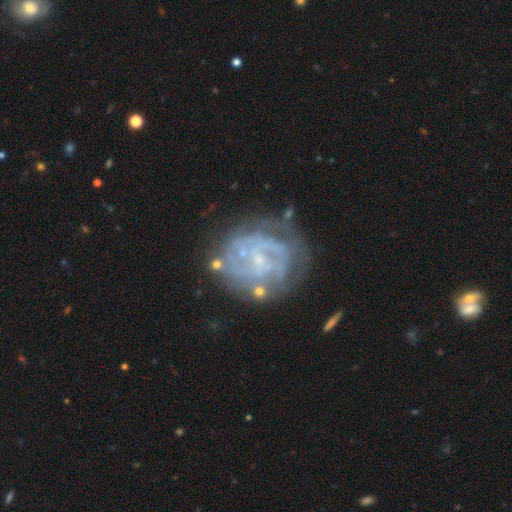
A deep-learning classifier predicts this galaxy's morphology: This is likely a featured or disk galaxy (75%). It is clearly not viewed edge-on (98%). Bar: possibly no (51%). Spiral arm pattern: likely yes (67%). Central bulge: likely small (64%). Merging: likely none (62%).